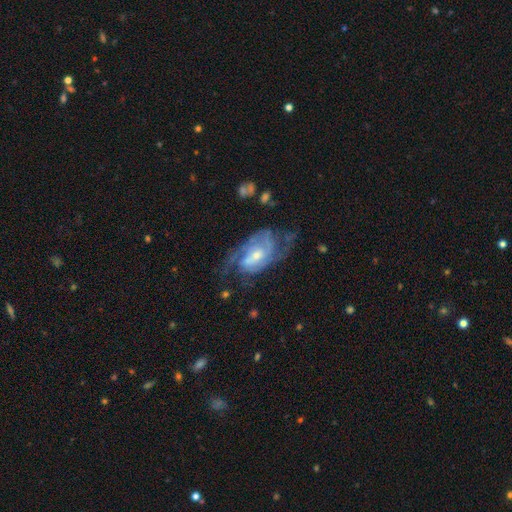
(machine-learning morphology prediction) type=featured or disk (86%); edge-on=no (96%); bar=no (44%, tied with weak); spiral arms=yes (95%); winding=medium (47%); arm count=2 (54%); bulge=small (48%); merging=none (59%).